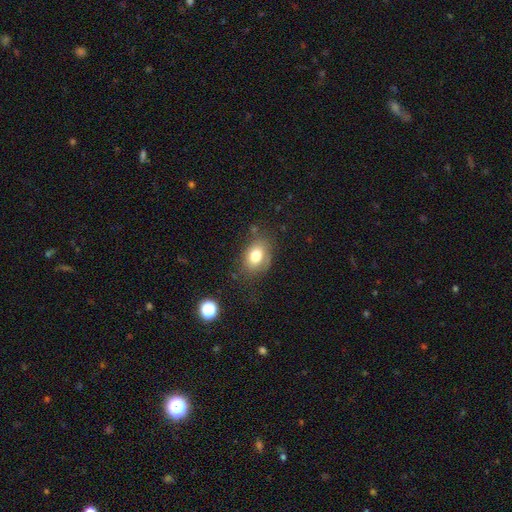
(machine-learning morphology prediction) Smooth or featured: smooth — 77% (featured or disk — 14%)
How rounded: in between — 75% (round — 24%)
Merging: none — 68% (minor disturbance — 21%)